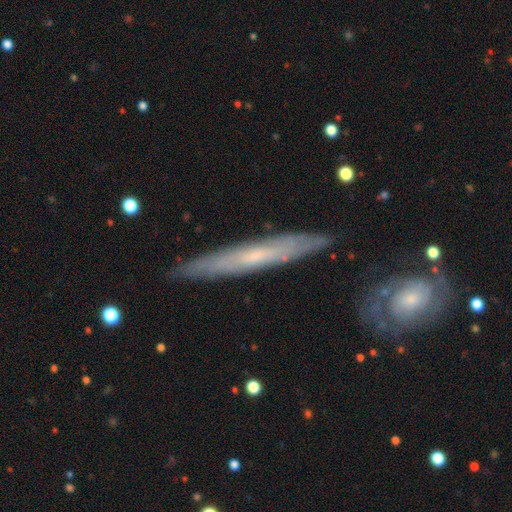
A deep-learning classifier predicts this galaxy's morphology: smooth-or-featured: featured or disk: 60% | smooth: 34% | star or artifact: 6%
  disk-edge-on: yes: 80% | no: 20%
  merging: none: 86% | minor disturbance: 10% | major disturbance: 2% | merger: 2%